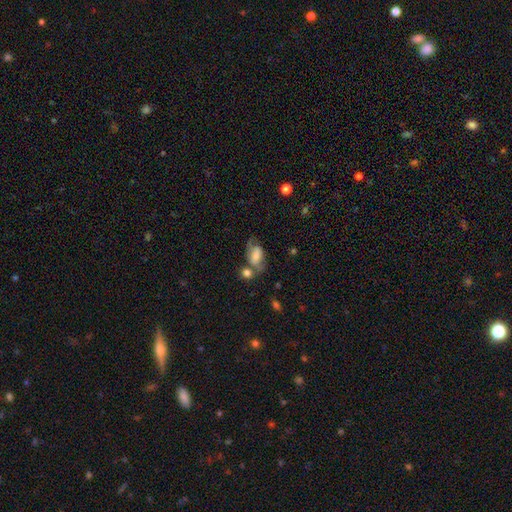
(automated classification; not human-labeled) The model was most divided on "smooth or featured": smooth: 50%, featured or disk: 39%, star or artifact: 11%. Remaining: how rounded — in between (85%); merging — none (47%).